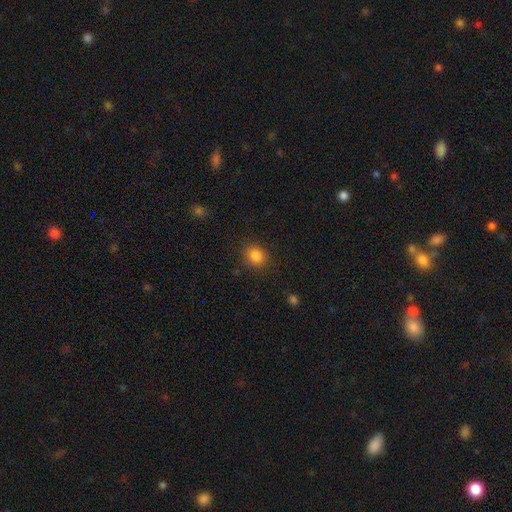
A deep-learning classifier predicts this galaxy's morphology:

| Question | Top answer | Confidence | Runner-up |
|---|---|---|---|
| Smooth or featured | smooth | 85% | star or artifact (11%) |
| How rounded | round | 78% | in between (21%) |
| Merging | none | 86% | minor disturbance (9%) |